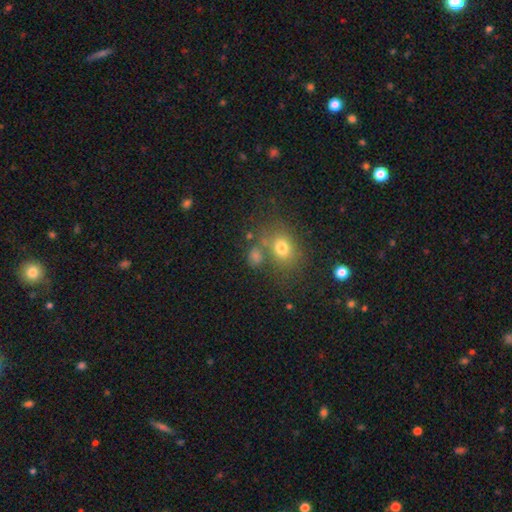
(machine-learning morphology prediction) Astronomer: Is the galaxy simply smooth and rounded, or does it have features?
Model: smooth — 71%.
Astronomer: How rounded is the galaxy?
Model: round — 50% (runner-up: in between, 49%).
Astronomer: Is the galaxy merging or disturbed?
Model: none — 60%.